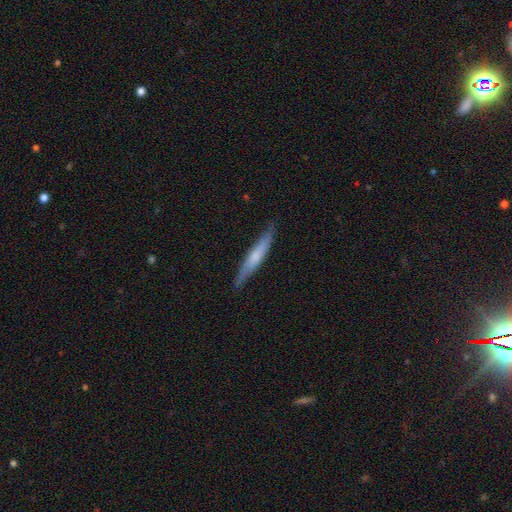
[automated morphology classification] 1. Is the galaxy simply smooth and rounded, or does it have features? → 49% smooth, 45% featured or disk, 6% star or artifact.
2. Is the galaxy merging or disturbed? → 84% none, 13% minor disturbance, 2% major disturbance, 1% merger.